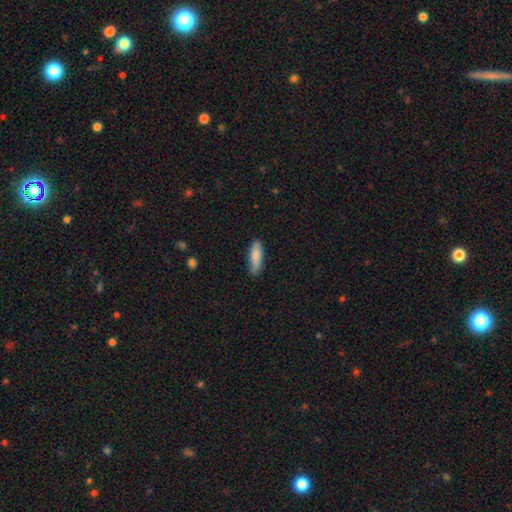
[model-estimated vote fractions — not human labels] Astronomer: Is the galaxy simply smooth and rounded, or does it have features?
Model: smooth — 85%.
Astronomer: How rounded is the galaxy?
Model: cigar-shaped — 50% (runner-up: in between, 48%).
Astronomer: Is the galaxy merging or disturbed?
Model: none — 83%.